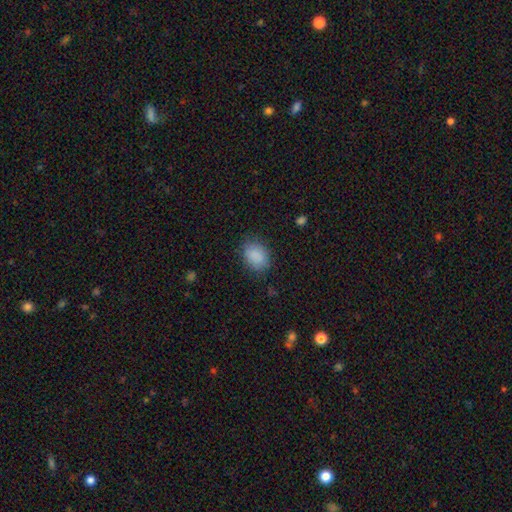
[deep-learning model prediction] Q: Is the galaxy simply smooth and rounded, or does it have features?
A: smooth — 88%.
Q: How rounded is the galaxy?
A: in between — 65%.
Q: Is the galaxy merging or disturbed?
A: none — 82%.